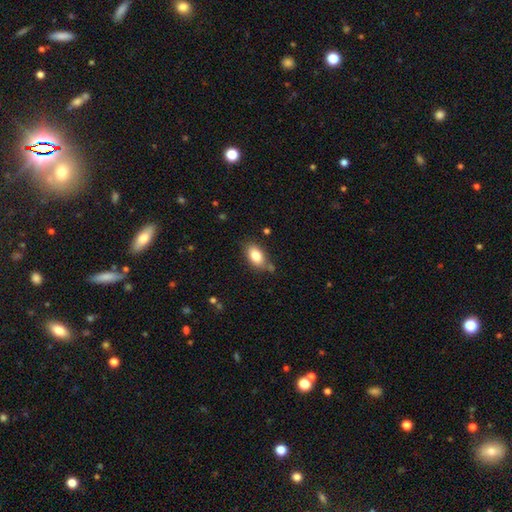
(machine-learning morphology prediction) Smooth or featured: smooth — 83% (featured or disk — 9%)
How rounded: in between — 91% (round — 7%)
Merging: none — 76% (minor disturbance — 16%)